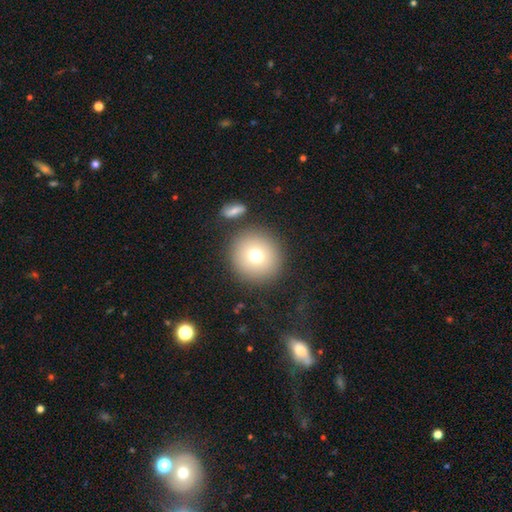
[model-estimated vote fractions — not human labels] smooth_or_featured: smooth (p=0.73) [alt: featured or disk p=0.14]
how_rounded: round (p=0.93) [alt: in between p=0.06]
merging: none (p=0.84) [alt: minor disturbance p=0.07]